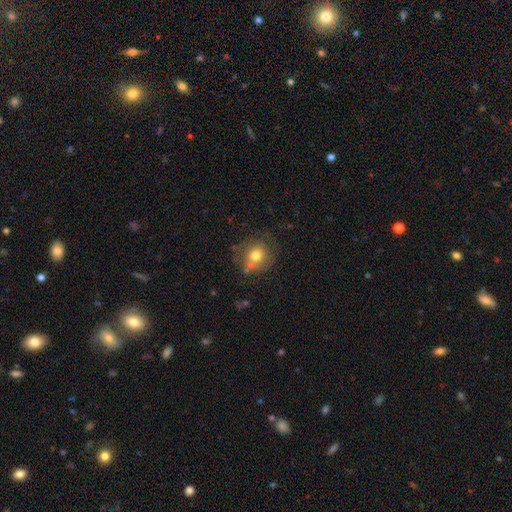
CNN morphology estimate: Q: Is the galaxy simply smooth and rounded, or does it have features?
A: smooth — 69%.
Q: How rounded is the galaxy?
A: round — 77%.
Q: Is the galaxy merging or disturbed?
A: none — 61%.